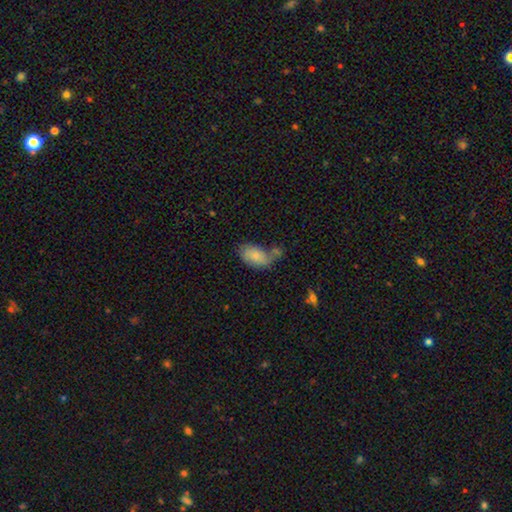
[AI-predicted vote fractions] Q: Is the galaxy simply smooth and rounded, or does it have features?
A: smooth — 78%.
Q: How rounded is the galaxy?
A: in between — 92%.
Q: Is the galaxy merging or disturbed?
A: none — 37%.